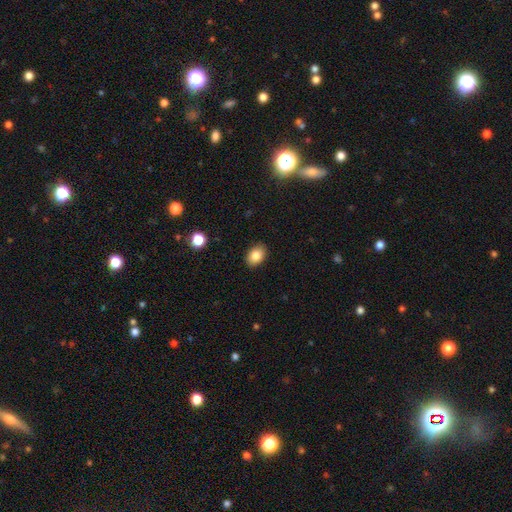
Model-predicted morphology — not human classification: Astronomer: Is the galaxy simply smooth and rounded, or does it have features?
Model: smooth — 84%.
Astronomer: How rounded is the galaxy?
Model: in between — 77%.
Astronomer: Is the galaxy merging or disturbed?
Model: none — 89%.